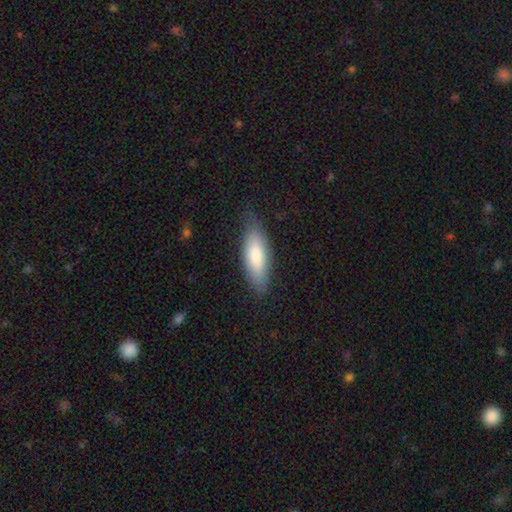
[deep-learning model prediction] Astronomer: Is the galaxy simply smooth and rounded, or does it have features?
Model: smooth — 79%.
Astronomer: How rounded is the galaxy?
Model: in between — 63%.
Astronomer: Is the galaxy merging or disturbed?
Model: none — 78%.